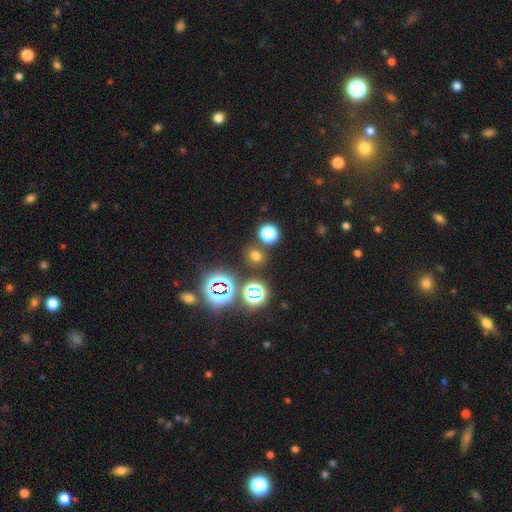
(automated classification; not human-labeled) Smooth or featured?
  - smooth: 61% *
  - star or artifact: 33%
  - featured or disk: 6%
How rounded?
  - round: 78% *
  - in between: 21%
  - cigar-shaped: 1%
Merging?
  - none: 82% *
  - minor disturbance: 8%
  - merger: 7%
  - major disturbance: 3%